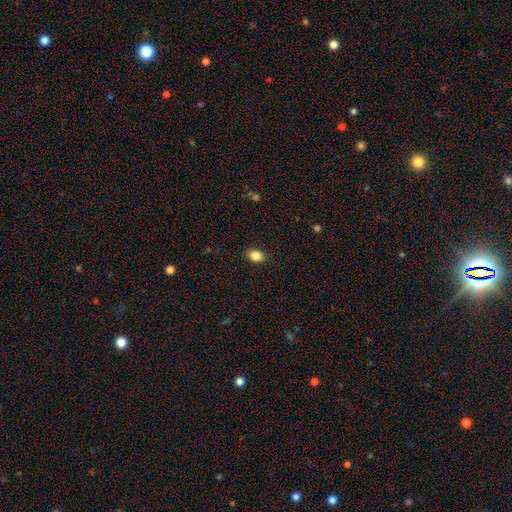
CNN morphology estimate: Smooth or featured?
  - smooth: 86% *
  - star or artifact: 10%
  - featured or disk: 5%
How rounded?
  - in between: 68% *
  - round: 31%
  - cigar-shaped: 1%
Merging?
  - none: 89% *
  - minor disturbance: 8%
  - major disturbance: 2%
  - merger: 1%